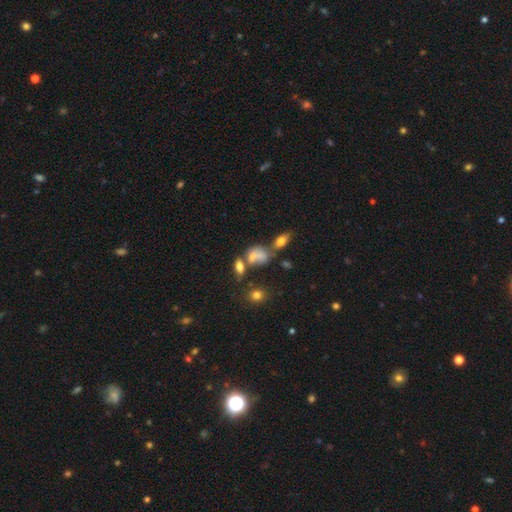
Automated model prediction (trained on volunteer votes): Q: Smooth or featured?
A: smooth (68%); runner-up: featured or disk (18%)
Q: How rounded?
A: in between (72%); runner-up: round (24%)
Q: Merging?
A: merger (39%); runner-up: none (32%)